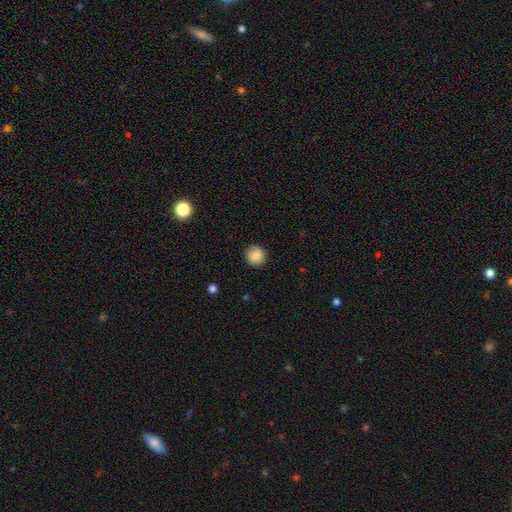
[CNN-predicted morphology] The model was most divided on "smooth or featured": smooth: 86%, star or artifact: 9%, featured or disk: 6%. More confident: how rounded — round (93%); merging — none (91%).